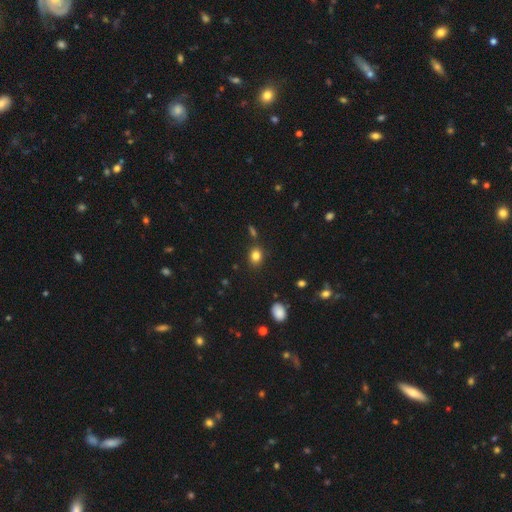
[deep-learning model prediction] Overall: smooth (82%). How rounded: round (49%, tied with in between). Merging: none (82%).